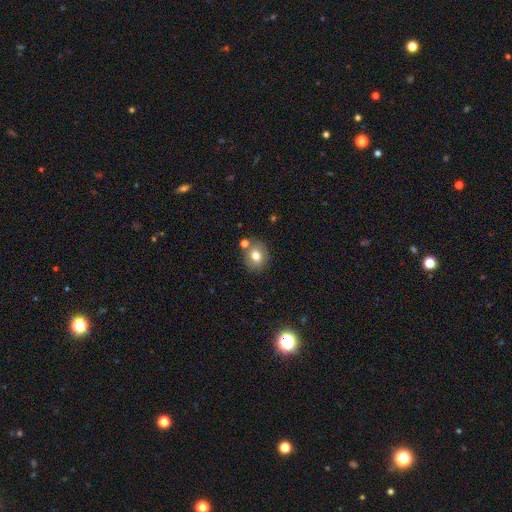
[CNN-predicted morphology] A smooth galaxy with no disk features (75%) that is round (71%). Merging: none (74%).